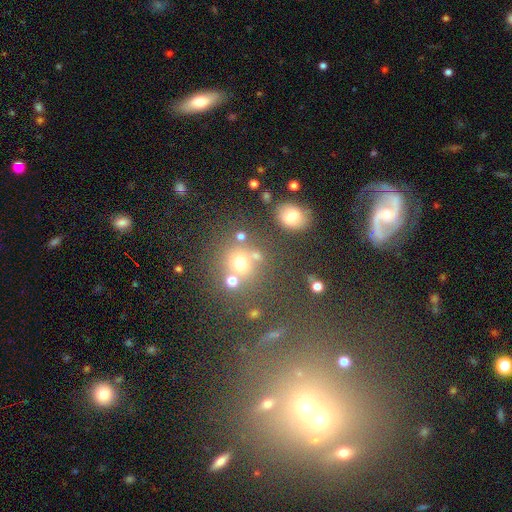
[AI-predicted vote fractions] smooth_or_featured: smooth (p=0.66) [alt: star or artifact p=0.23]
how_rounded: round (p=0.77) [alt: in between p=0.21]
merging: none (p=0.64) [alt: merger p=0.19]